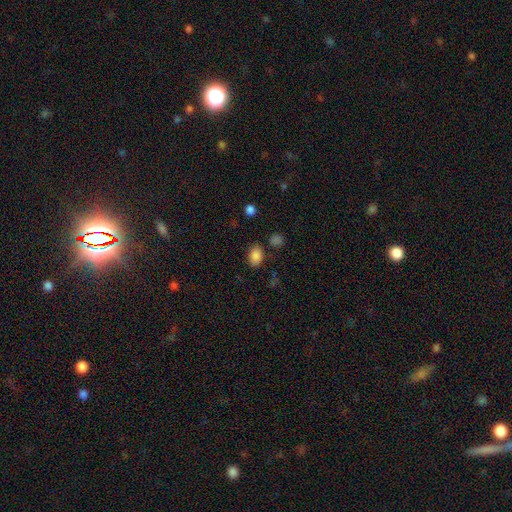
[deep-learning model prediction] smooth 85%, star or artifact 10%, featured or disk 5%. Down the decision tree: how rounded — in between (80%); merging — none (80%).